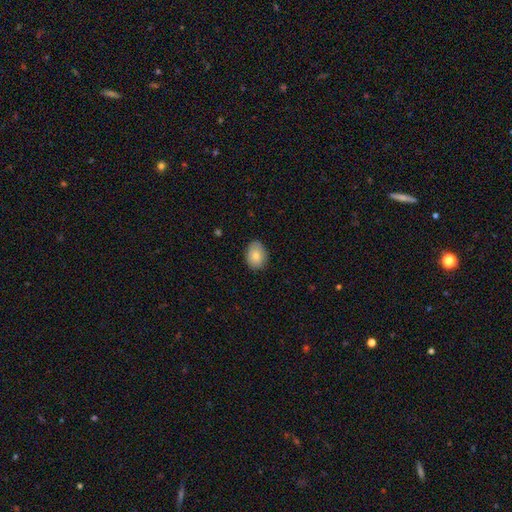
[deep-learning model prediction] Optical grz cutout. It shows a smooth galaxy with no disk features (81%) that is in between round and cigar-shaped (72%). Merging: none (84%).